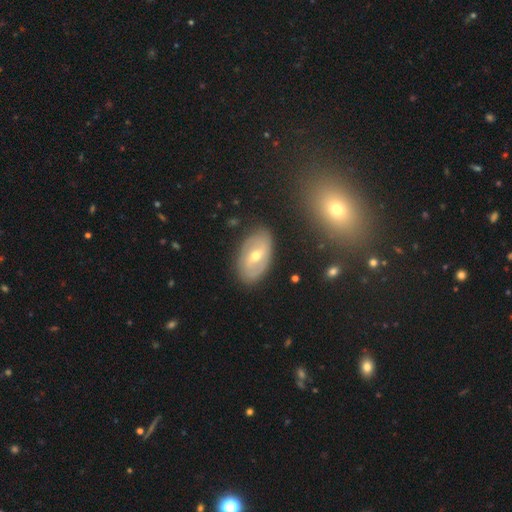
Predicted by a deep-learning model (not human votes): Smooth or featured?
  - featured or disk: 69% *
  - smooth: 24%
  - star or artifact: 7%
Edge-on disk?
  - no: 93% *
  - yes: 7%
Bar?
  - weak: 45% *
  - strong: 28%
  - no: 27%
Spiral arms?
  - yes: 64% *
  - no: 36%
Bulge size?
  - moderate: 62% *
  - small: 34%
  - large: 2%
  - none: 1%
  - dominant: 1%
Merging?
  - none: 81% *
  - minor disturbance: 13%
  - major disturbance: 4%
  - merger: 2%